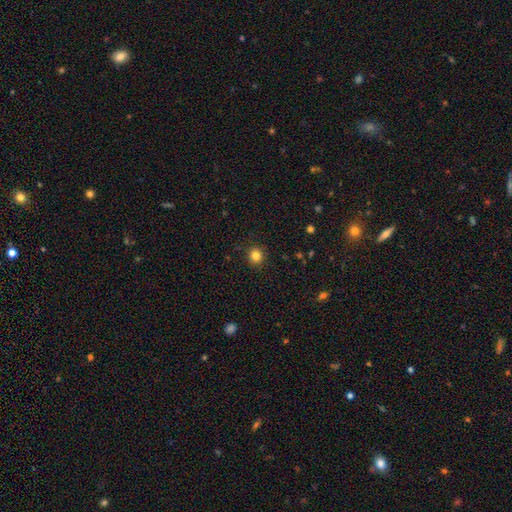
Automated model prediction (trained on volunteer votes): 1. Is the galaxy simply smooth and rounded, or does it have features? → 83% smooth, 12% star or artifact, 5% featured or disk.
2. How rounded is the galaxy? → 89% round, 10% in between, 1% cigar-shaped.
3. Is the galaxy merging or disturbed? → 91% none, 6% minor disturbance, 2% major disturbance, 1% merger.